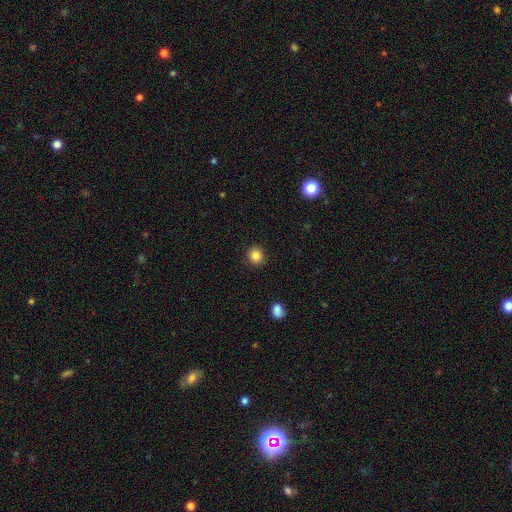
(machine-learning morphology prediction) smooth_or_featured: smooth (p=0.85) [alt: star or artifact p=0.11]
how_rounded: round (p=0.91) [alt: in between p=0.08]
merging: none (p=0.91) [alt: minor disturbance p=0.06]